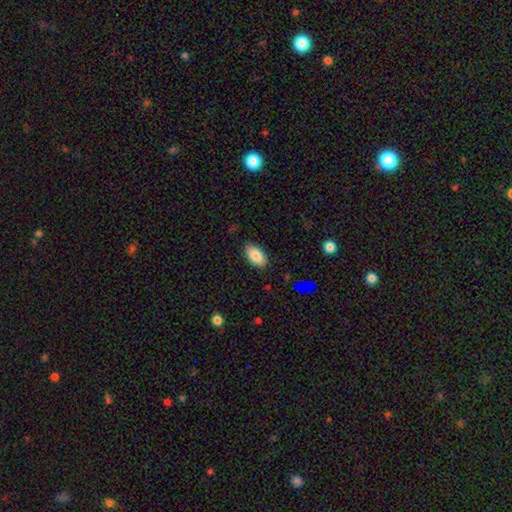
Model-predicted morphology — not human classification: Smooth or featured? smooth (83%)
How rounded? in between (93%)
Merging? none (87%)